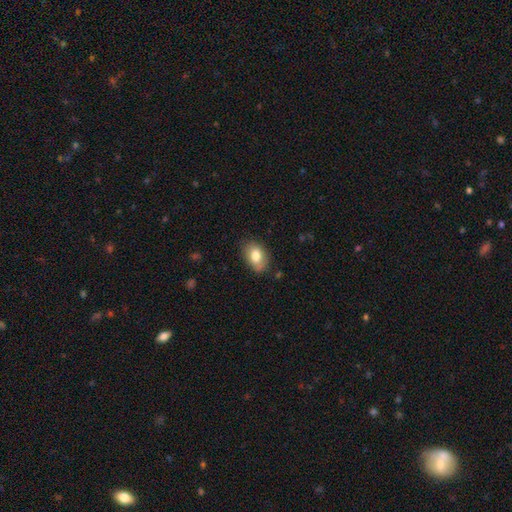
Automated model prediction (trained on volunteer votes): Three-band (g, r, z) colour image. It shows a smooth galaxy with no disk features (79%) that is in between round and cigar-shaped (86%). Merging: none (75%).